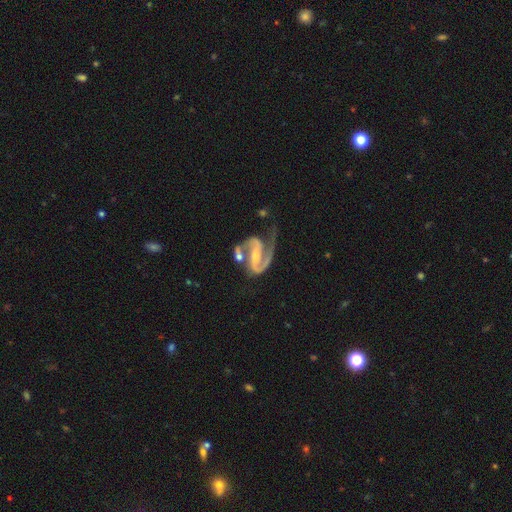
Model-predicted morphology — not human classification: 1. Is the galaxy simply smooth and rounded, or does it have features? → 91% featured or disk, 5% smooth, 5% star or artifact.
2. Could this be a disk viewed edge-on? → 98% no, 2% yes.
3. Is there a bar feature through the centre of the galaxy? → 44% strong, 35% weak, 22% no.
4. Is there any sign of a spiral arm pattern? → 97% yes, 3% no.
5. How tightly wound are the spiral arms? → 54% medium, 24% tight, 23% loose.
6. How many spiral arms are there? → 80% 2, 15% 1, 2% can't tell, 1% 3, 1% 4, 1% more than 4.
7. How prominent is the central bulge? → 51% small, 26% moderate, 18% none, 4% large, 1% dominant.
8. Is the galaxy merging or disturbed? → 37% none, 25% major disturbance, 19% merger, 19% minor disturbance.